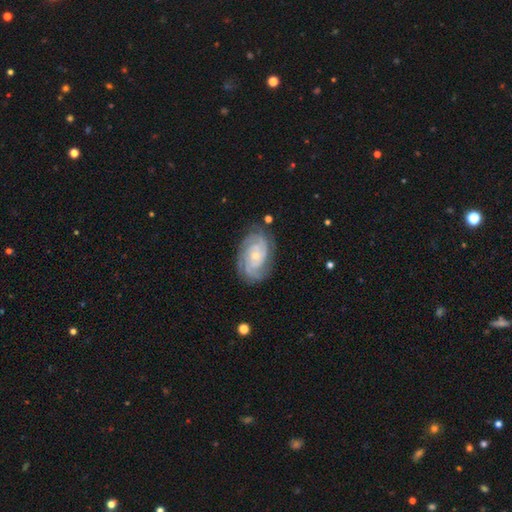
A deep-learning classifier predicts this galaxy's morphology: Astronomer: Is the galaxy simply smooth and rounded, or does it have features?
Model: featured or disk — 88%.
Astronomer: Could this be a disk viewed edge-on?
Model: no — 97%.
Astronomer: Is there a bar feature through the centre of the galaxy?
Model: no — 75%.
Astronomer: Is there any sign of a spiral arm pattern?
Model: yes — 97%.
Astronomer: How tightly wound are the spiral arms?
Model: tight — 73%.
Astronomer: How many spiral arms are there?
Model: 3 — 29% (runner-up: 2, 23%).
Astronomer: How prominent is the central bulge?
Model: small — 68%.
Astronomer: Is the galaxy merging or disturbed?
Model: none — 78%.